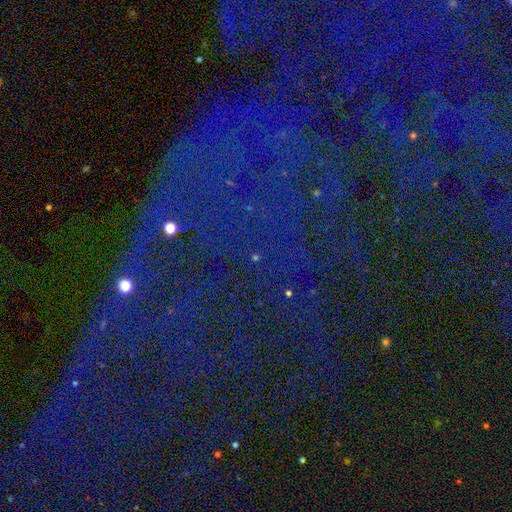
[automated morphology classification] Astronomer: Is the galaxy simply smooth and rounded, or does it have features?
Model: star or artifact — 82%.